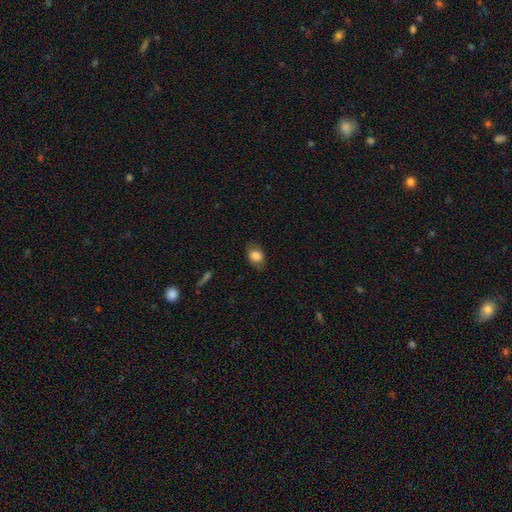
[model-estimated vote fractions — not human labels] A smooth galaxy with no disk features (83%) that is in between round and cigar-shaped (72%). Merging: none (78%).